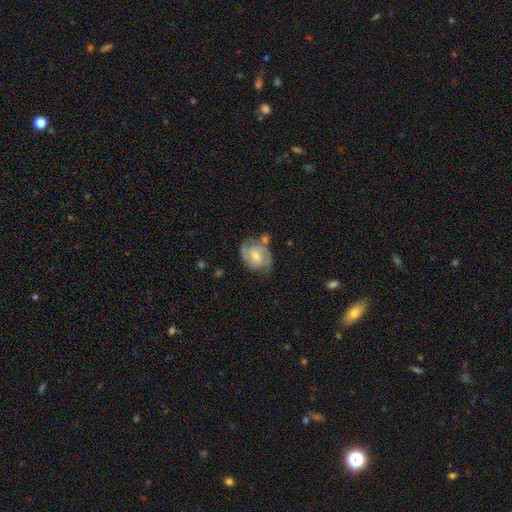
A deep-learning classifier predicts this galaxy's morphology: This appears to be a featured or disk galaxy (73%) with a weak bar (47%), 2 (75%) medium (45%) spiral arms (88%) and a moderate central bulge (57%). Merging: none (61%).